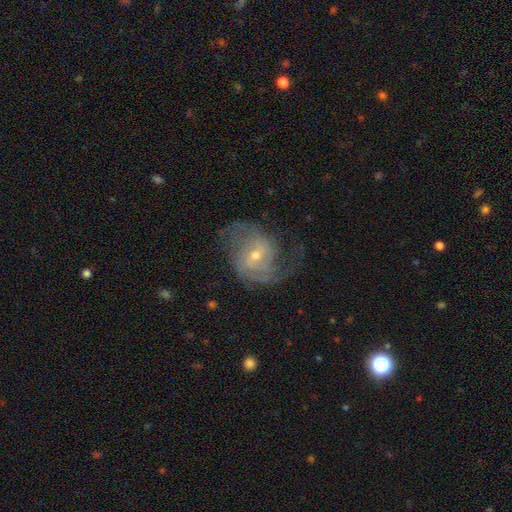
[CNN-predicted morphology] Smooth or featured? Predicted: featured or disk (p=0.84). Edge-on disk? Predicted: no (p=0.97). Bar? Predicted: weak (p=0.50). Spiral arms? Predicted: yes (p=0.94). Spiral winding? Predicted: medium (p=0.46). Spiral arm count? Predicted: 2 (p=0.66). Bulge size? Predicted: small (p=0.53). Merging? Predicted: none (p=0.60).